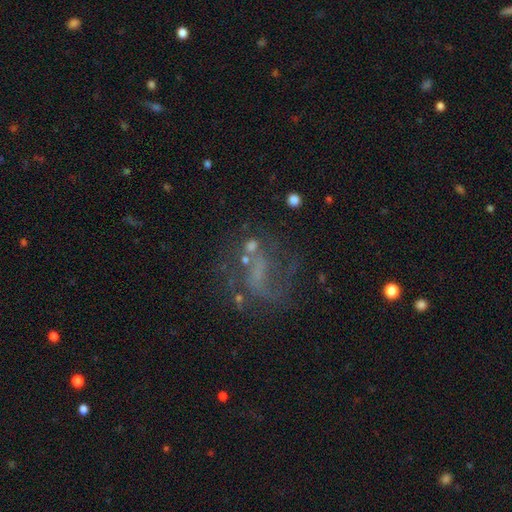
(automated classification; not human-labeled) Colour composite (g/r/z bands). It shows a featured or disk galaxy (61%) with no bar (49%), spiral arms (61%) and no central bulge (59%). Merging: none (49%).